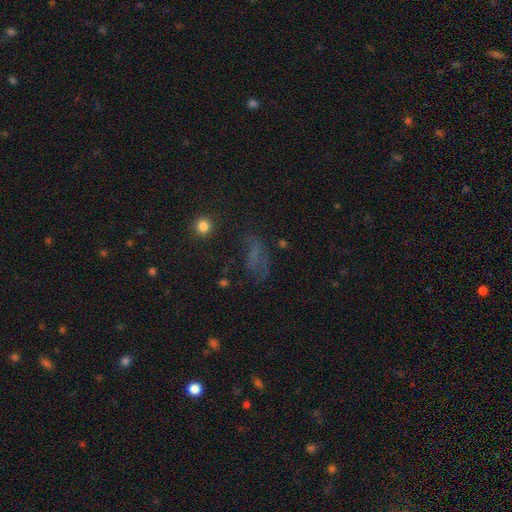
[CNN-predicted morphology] smooth-or-featured: smooth: 39% | star or artifact: 33% | featured or disk: 28%
  merging: none: 50% | major disturbance: 24% | minor disturbance: 21% | merger: 4%